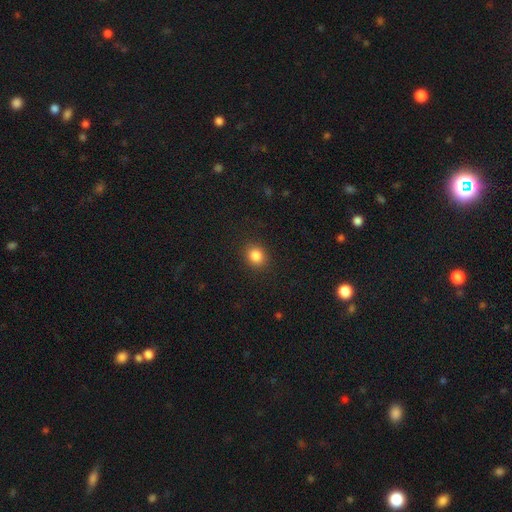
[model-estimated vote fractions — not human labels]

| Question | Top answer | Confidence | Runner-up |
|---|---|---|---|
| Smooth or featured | smooth | 85% | star or artifact (10%) |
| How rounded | round | 73% | in between (26%) |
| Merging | none | 90% | minor disturbance (7%) |